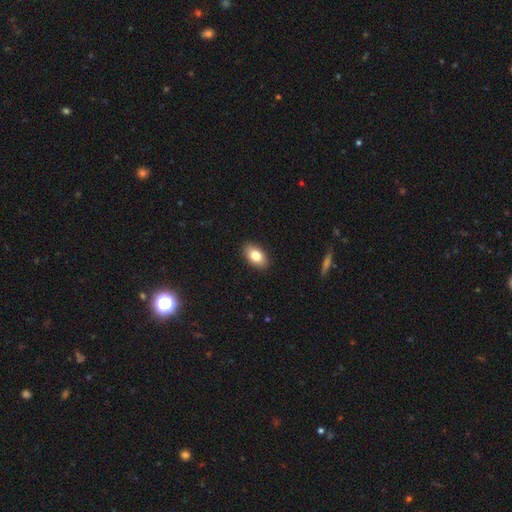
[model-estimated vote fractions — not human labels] This appears to be a smooth galaxy with no disk features (81%) that is in between round and cigar-shaped (91%). Merging: none (90%).